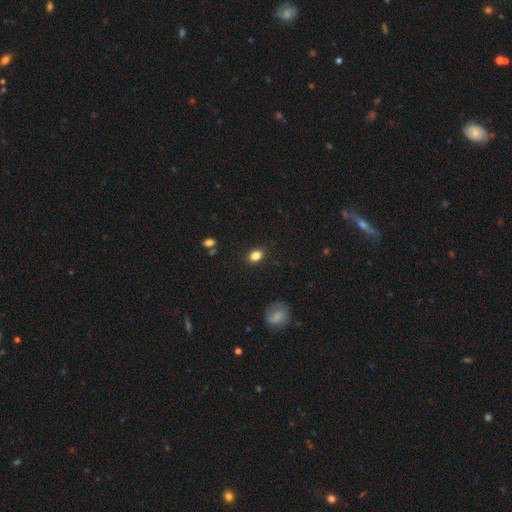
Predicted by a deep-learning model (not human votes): A smooth galaxy with no disk features (84%) that is in between round and cigar-shaped (71%).

Vote fractions:
- Smooth or featured? smooth: 84% / star or artifact: 10% / featured or disk: 6%
- How rounded? in between: 71% / round: 28% / cigar-shaped: 2%
- Merging? none: 87% / minor disturbance: 10% / major disturbance: 3% / merger: 1%